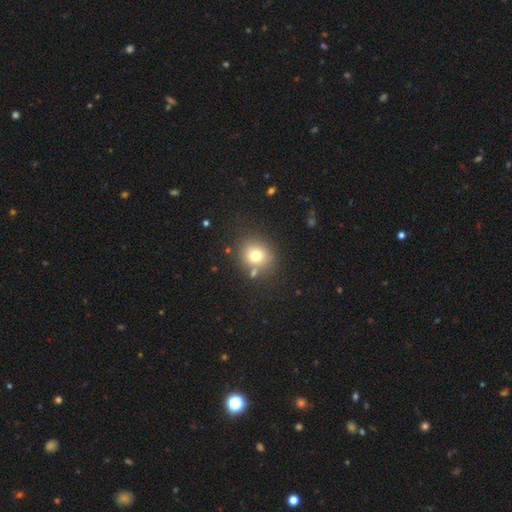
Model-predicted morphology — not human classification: This appears to be a smooth galaxy with no disk features (75%) that is round (79%). Merging: none (77%).